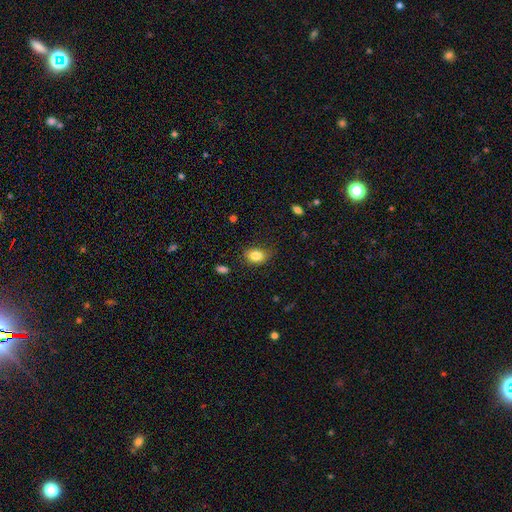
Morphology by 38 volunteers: Smooth or featured?
  - smooth: 89% *
  - featured or disk: 11%
  - star or artifact: 0%
How rounded?
  - in between: 76% *
  - round: 24%
  - cigar-shaped: 0%
Merging?
  - none: 84% *
  - minor disturbance: 13%
  - major disturbance: 3%
  - merger: 0%